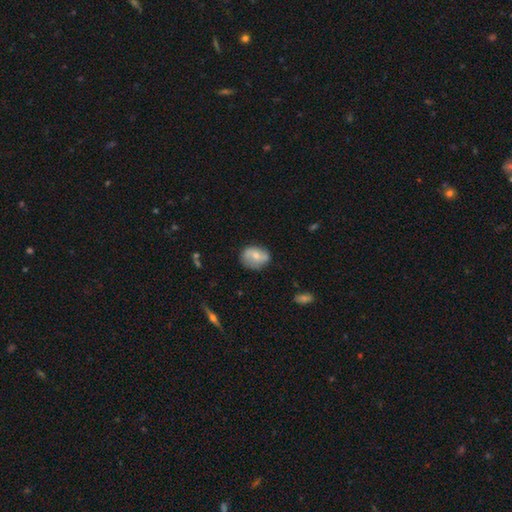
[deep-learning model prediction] This appears to be a smooth galaxy with no disk features (55%) that is in between round and cigar-shaped (54%). Merging: none (69%).